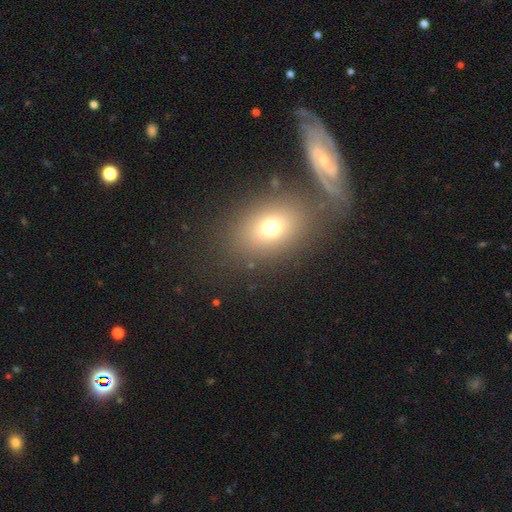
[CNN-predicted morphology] Smooth or featured: smooth — 59% (featured or disk — 24%)
How rounded: in between — 72% (round — 22%)
Merging: none — 62% (merger — 24%)